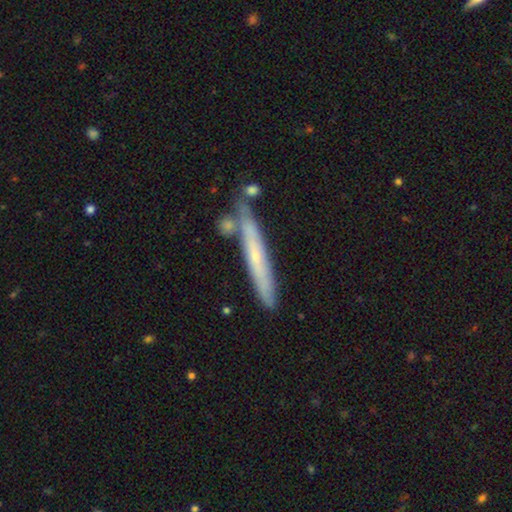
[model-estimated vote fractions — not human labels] featured or disk 49%, smooth 44%, star or artifact 7%. Down the decision tree: merging — none (71%).